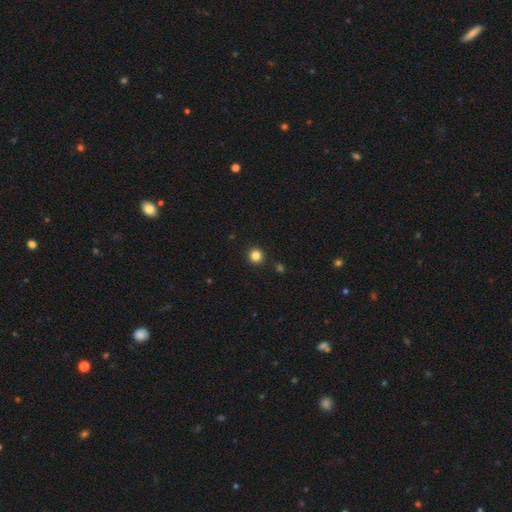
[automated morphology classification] smooth_or_featured: smooth (p=0.84) [alt: star or artifact p=0.12]
how_rounded: round (p=0.95) [alt: in between p=0.04]
merging: none (p=0.92) [alt: minor disturbance p=0.04]